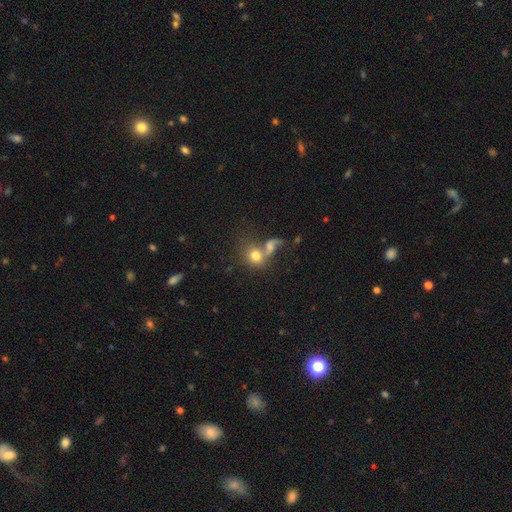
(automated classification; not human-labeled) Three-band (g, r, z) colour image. It shows a smooth galaxy with no disk features (71%) that is round (68%). Merging: merger (52%).